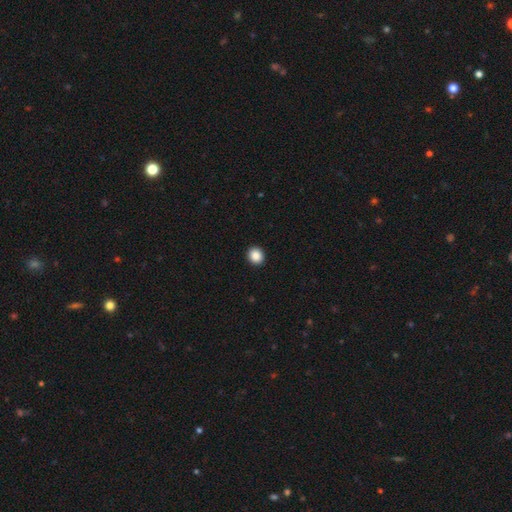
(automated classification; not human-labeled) Smooth or featured?
  - smooth: 88% *
  - star or artifact: 9%
  - featured or disk: 3%
How rounded?
  - round: 78% *
  - in between: 21%
  - cigar-shaped: 1%
Merging?
  - none: 93% *
  - minor disturbance: 5%
  - major disturbance: 2%
  - merger: 1%